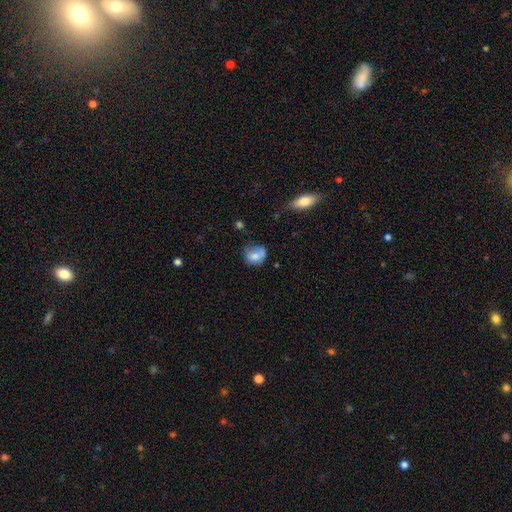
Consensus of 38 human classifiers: This is likely a smooth galaxy (79%). How rounded: possibly round (57%). Merging: possibly none (49%).